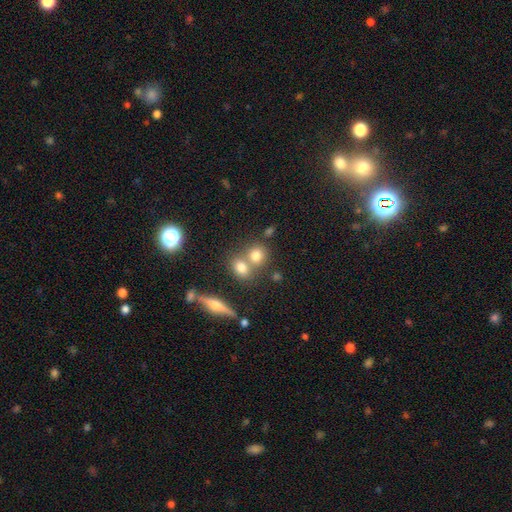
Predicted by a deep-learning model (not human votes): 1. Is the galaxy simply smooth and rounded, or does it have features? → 73% smooth, 14% featured or disk, 13% star or artifact.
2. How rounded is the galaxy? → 77% round, 21% in between, 2% cigar-shaped.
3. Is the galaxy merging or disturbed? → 49% none, 40% merger, 8% minor disturbance, 3% major disturbance.